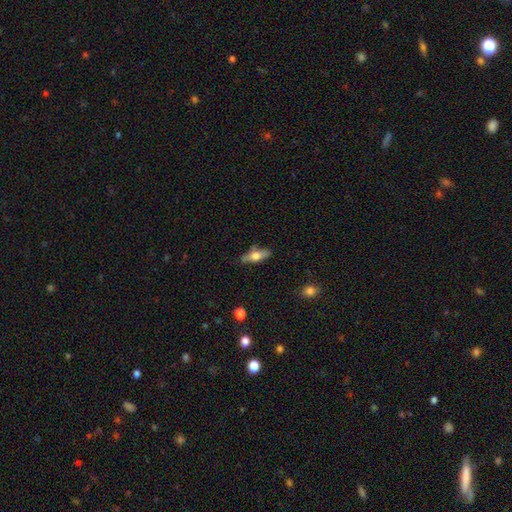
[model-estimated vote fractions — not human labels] smooth-or-featured: smooth: 59% | featured or disk: 35% | star or artifact: 6%
  how-rounded: in between: 56% | cigar-shaped: 41% | round: 3%
  merging: none: 75% | minor disturbance: 17% | merger: 4% | major disturbance: 4%